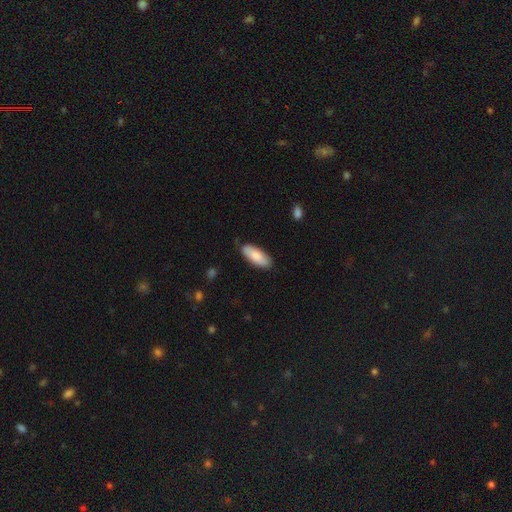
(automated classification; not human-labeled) Morphology: type=smooth (86%); roundness=in between (77%); merging=none (86%).